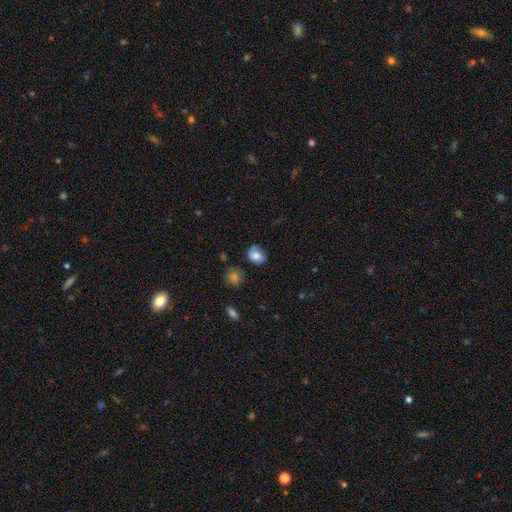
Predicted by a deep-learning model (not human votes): Smooth or featured?
  - smooth: 63% *
  - featured or disk: 28%
  - star or artifact: 9%
How rounded?
  - in between: 55% *
  - round: 44%
  - cigar-shaped: 1%
Merging?
  - none: 61% *
  - minor disturbance: 26%
  - major disturbance: 10%
  - merger: 3%